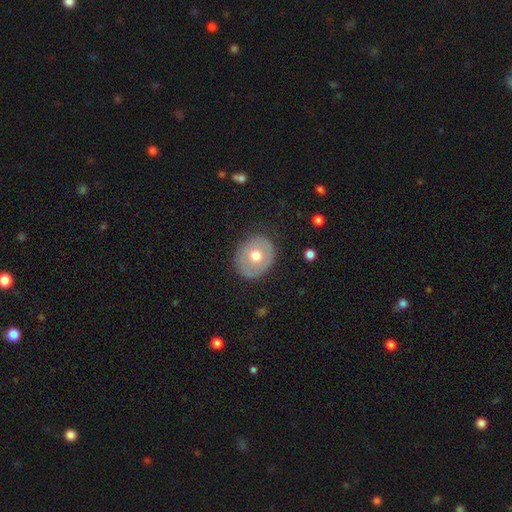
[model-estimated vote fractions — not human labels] A smooth galaxy with no disk features (59%) that is round (67%).

Vote fractions:
- Smooth or featured? smooth: 59% / featured or disk: 33% / star or artifact: 7%
- How rounded? round: 67% / in between: 32% / cigar-shaped: 1%
- Merging? none: 83% / minor disturbance: 12% / major disturbance: 4% / merger: 1%